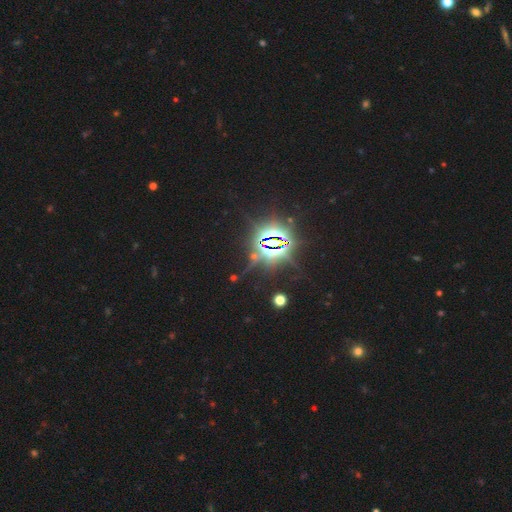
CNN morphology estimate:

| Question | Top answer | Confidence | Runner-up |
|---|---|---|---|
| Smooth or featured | star or artifact | 86% | featured or disk (7%) |